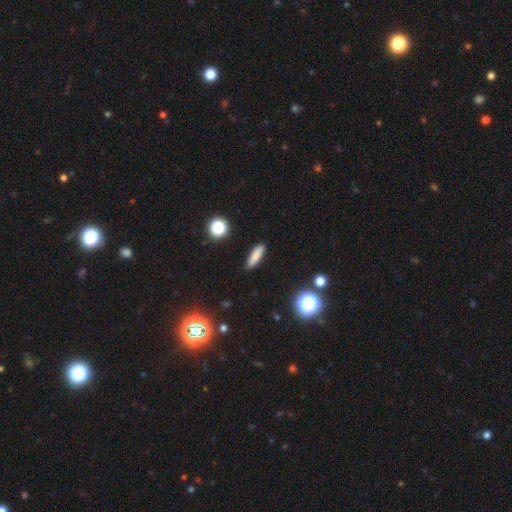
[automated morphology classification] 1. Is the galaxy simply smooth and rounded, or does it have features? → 81% smooth, 10% star or artifact, 9% featured or disk.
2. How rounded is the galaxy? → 67% cigar-shaped, 29% in between, 3% round.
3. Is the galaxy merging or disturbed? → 88% none, 9% minor disturbance, 2% major disturbance, 2% merger.